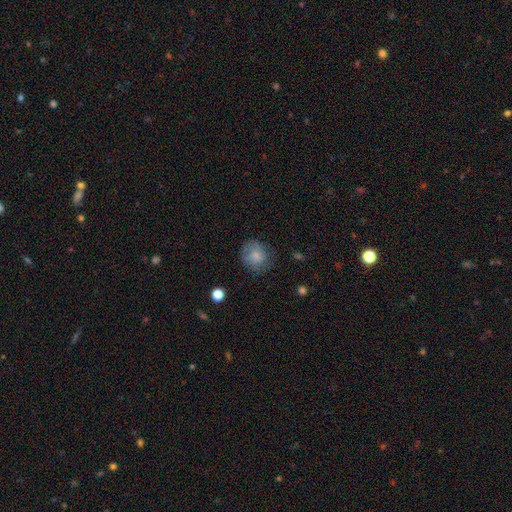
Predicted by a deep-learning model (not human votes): The model was most divided on "merging": none: 64%, minor disturbance: 23%, major disturbance: 11%, merger: 2%. More confident: how rounded — round (75%); smooth or featured — smooth (73%).